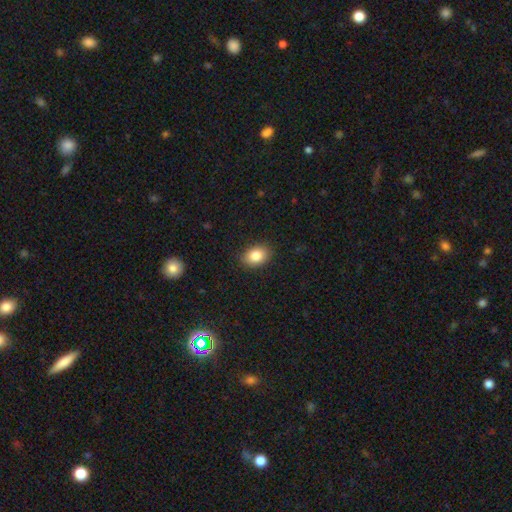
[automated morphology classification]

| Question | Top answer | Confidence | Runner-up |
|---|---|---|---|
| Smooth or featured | smooth | 84% | star or artifact (8%) |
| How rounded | in between | 79% | round (20%) |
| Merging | none | 87% | minor disturbance (9%) |